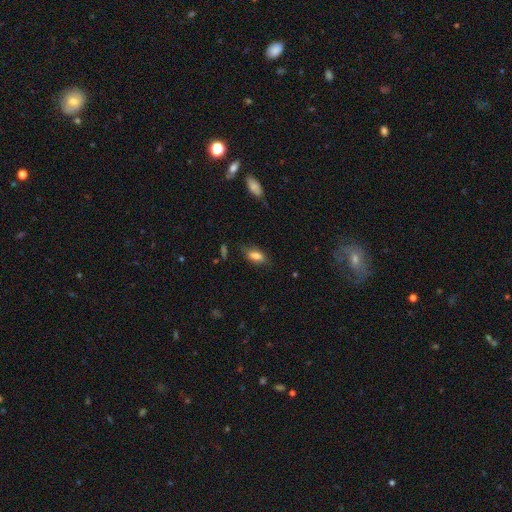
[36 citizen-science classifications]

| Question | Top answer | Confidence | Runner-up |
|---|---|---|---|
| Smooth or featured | smooth | 86% | featured or disk (8%) |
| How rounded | in between | 81% | cigar-shaped (16%) |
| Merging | none | 71% | minor disturbance (26%) |